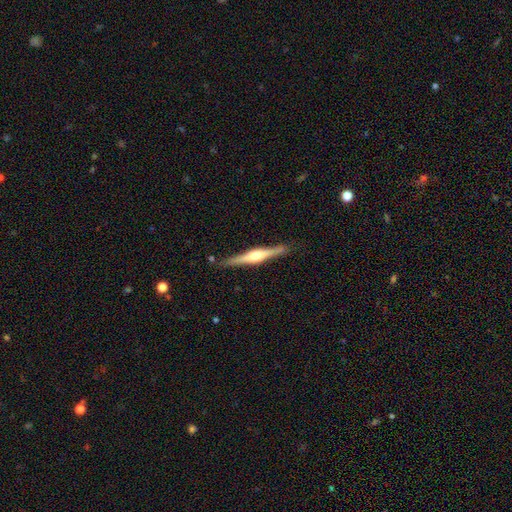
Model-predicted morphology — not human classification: Smooth or featured?
  - featured or disk: 79% *
  - smooth: 16%
  - star or artifact: 5%
Edge-on disk?
  - yes: 98% *
  - no: 2%
Edge-on bulge?
  - rounded: 89% *
  - boxy: 9%
  - none: 3%
Merging?
  - none: 88% *
  - minor disturbance: 9%
  - major disturbance: 2%
  - merger: 1%